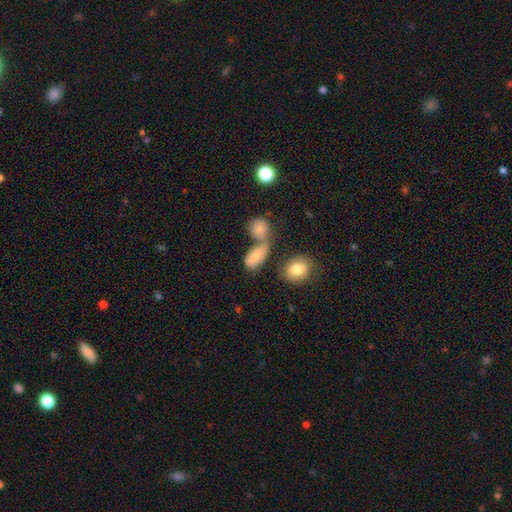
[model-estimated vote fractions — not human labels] Morphology: type=smooth (72%); roundness=in between (78%); merging=none (42%).